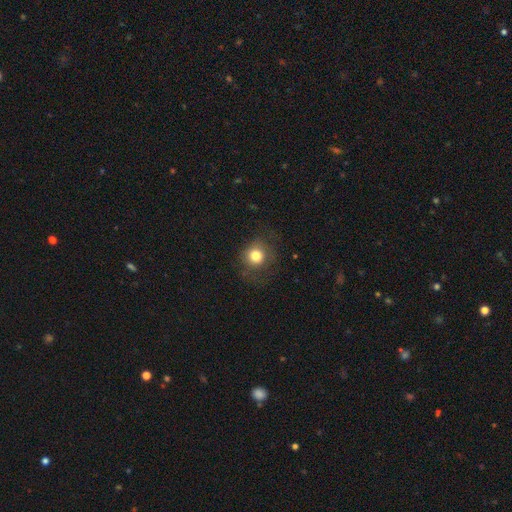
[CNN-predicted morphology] smooth_or_featured: smooth (p=0.78) [alt: star or artifact p=0.12]
how_rounded: round (p=0.85) [alt: in between p=0.14]
merging: none (p=0.69) [alt: minor disturbance p=0.18]